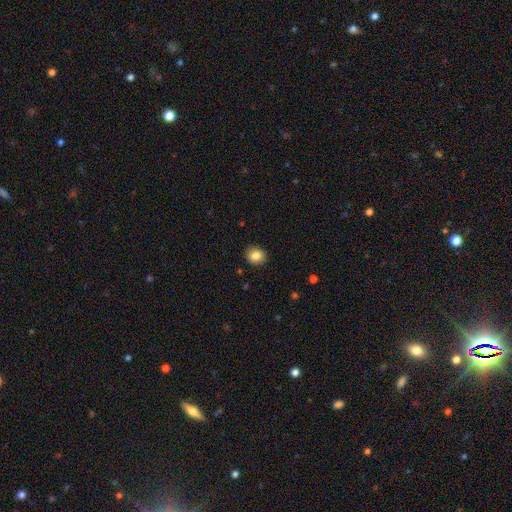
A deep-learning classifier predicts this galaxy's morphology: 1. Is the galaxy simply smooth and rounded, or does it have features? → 85% smooth, 10% star or artifact, 5% featured or disk.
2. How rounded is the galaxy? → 74% round, 25% in between, 1% cigar-shaped.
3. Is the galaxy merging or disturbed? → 90% none, 7% minor disturbance, 2% major disturbance, 1% merger.